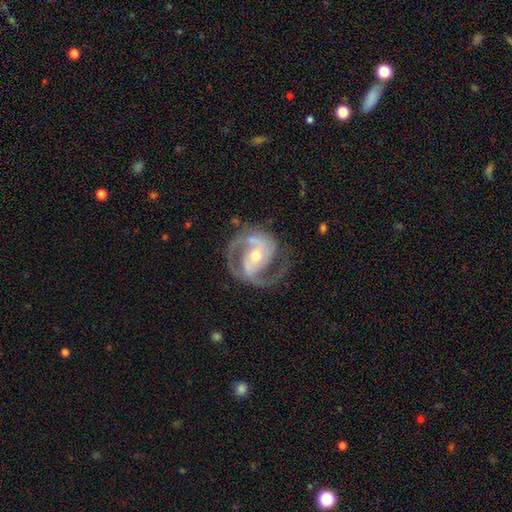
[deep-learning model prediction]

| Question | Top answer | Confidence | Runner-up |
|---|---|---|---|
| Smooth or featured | featured or disk | 91% | star or artifact (5%) |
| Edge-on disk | no | 97% | yes (3%) |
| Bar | weak | 35% | no (34%) |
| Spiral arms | yes | 97% | no (3%) |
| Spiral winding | medium | 56% | tight (31%) |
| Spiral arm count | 2 | 85% | 3 (5%) |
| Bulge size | moderate | 56% | small (40%) |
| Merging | none | 70% | minor disturbance (17%) |